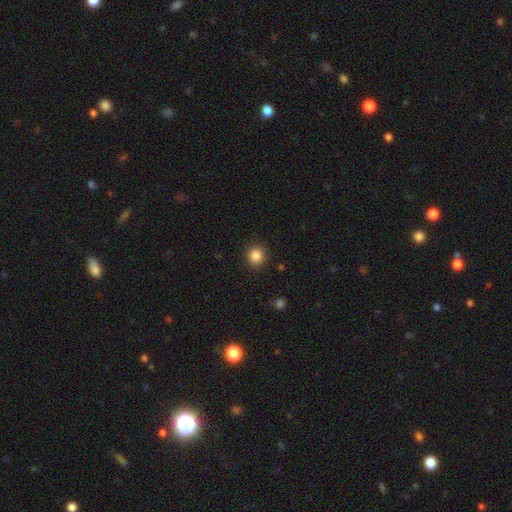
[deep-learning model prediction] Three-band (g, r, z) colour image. It shows a smooth galaxy with no disk features (86%) that is round (90%). Merging: none (90%).